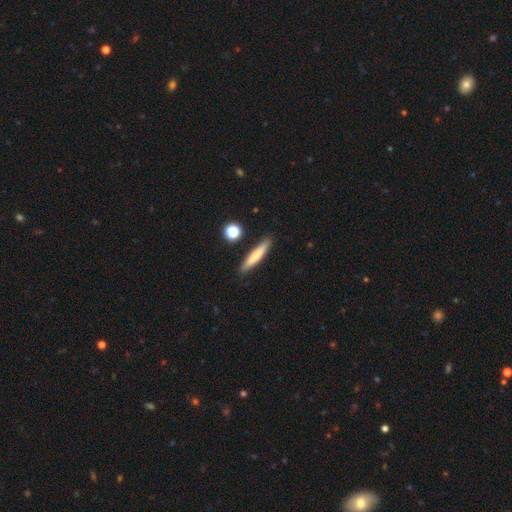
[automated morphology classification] Smooth or featured?
  - smooth: 64% *
  - featured or disk: 29%
  - star or artifact: 7%
How rounded?
  - cigar-shaped: 90% *
  - in between: 8%
  - round: 2%
Merging?
  - none: 88% *
  - minor disturbance: 8%
  - merger: 2%
  - major disturbance: 2%